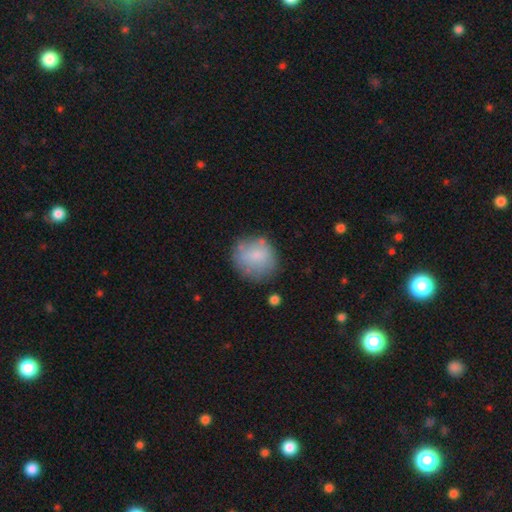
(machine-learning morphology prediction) Smooth or featured?
  - smooth: 76% *
  - featured or disk: 16%
  - star or artifact: 8%
How rounded?
  - round: 82% *
  - in between: 17%
  - cigar-shaped: 1%
Merging?
  - none: 69% *
  - minor disturbance: 20%
  - major disturbance: 7%
  - merger: 4%